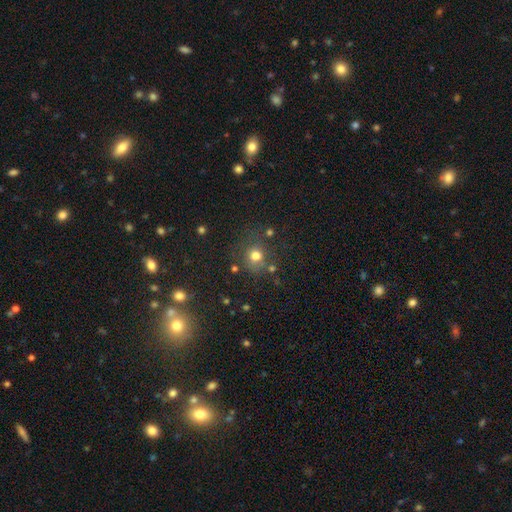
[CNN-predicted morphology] type=smooth (73%); roundness=round (88%); merging=none (75%).